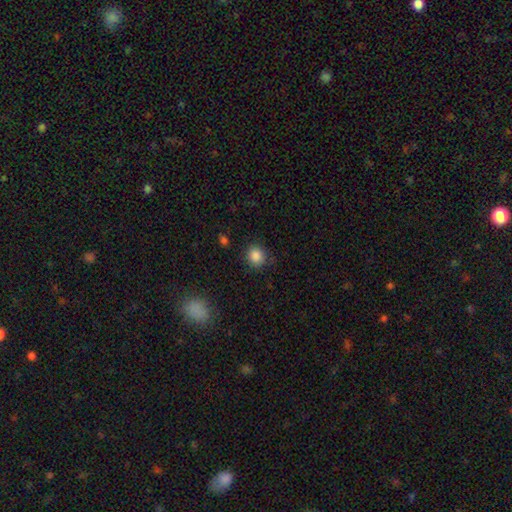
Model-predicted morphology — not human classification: smooth 86%, star or artifact 10%, featured or disk 3%. Down the decision tree: how rounded — round (87%); merging — none (86%).